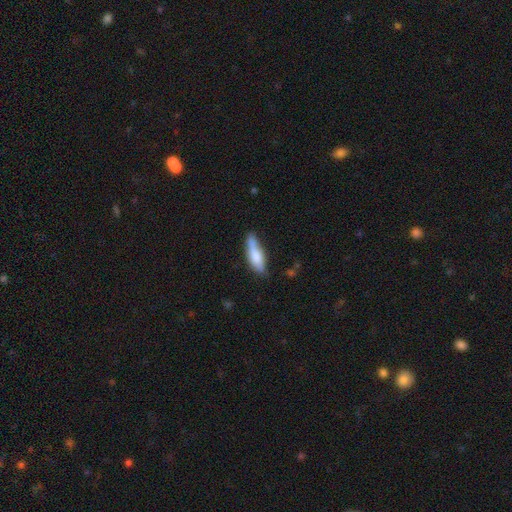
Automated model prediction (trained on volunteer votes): Q: Smooth or featured?
A: smooth (72%); runner-up: featured or disk (22%)
Q: How rounded?
A: cigar-shaped (54%); runner-up: in between (44%)
Q: Merging?
A: none (57%); runner-up: minor disturbance (30%)